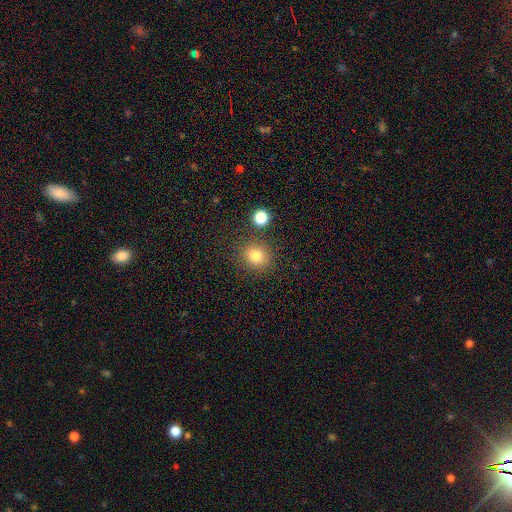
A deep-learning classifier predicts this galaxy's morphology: Smooth or featured? smooth (79%)
How rounded? round (79%)
Merging? none (82%)